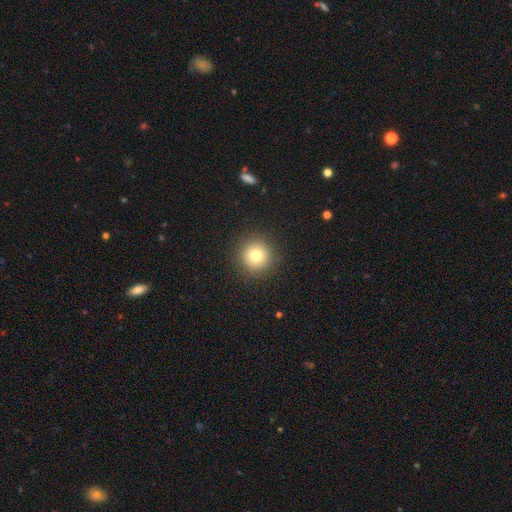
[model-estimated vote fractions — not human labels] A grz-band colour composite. It shows a smooth galaxy with no disk features (78%) that is round (95%). Merging: none (91%).